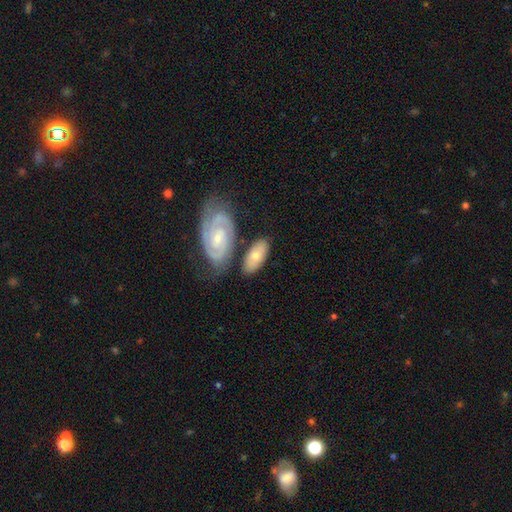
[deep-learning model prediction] The model was most divided on "smooth or featured": smooth: 48%, featured or disk: 47%, star or artifact: 5%. More confident: merging — none (64%).